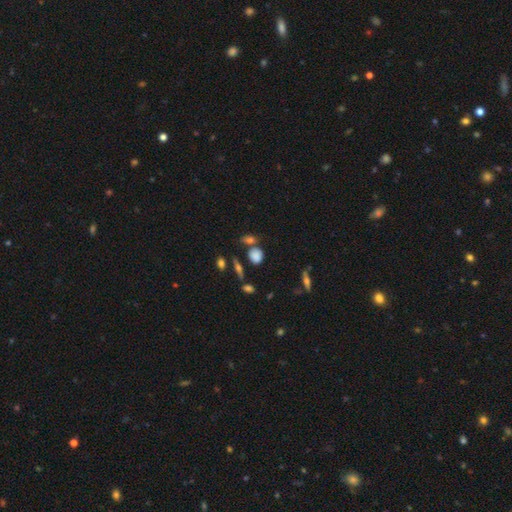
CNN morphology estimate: Overall: smooth (76%). How rounded: round (69%). Merging: none (65%).